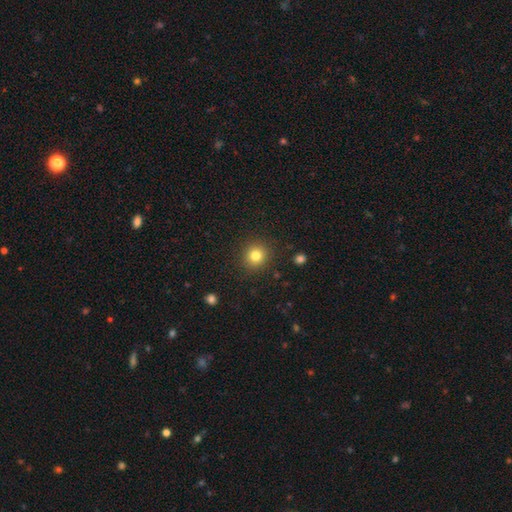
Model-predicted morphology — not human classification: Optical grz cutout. It shows a smooth galaxy with no disk features (81%) that is round (90%). Merging: none (90%).